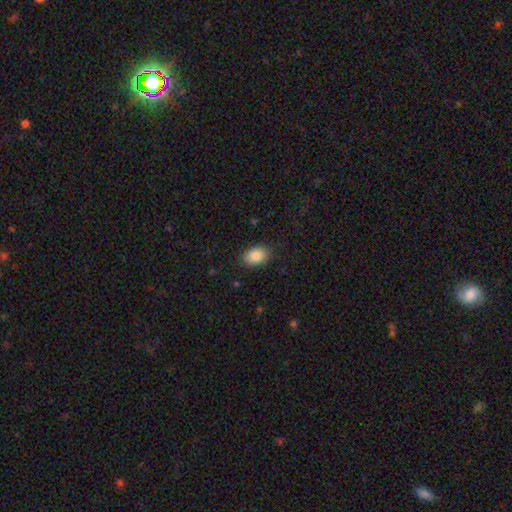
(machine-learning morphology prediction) Smooth or featured?
  - smooth: 89% *
  - star or artifact: 7%
  - featured or disk: 4%
How rounded?
  - in between: 86% *
  - round: 13%
  - cigar-shaped: 1%
Merging?
  - none: 86% *
  - minor disturbance: 11%
  - major disturbance: 3%
  - merger: 1%